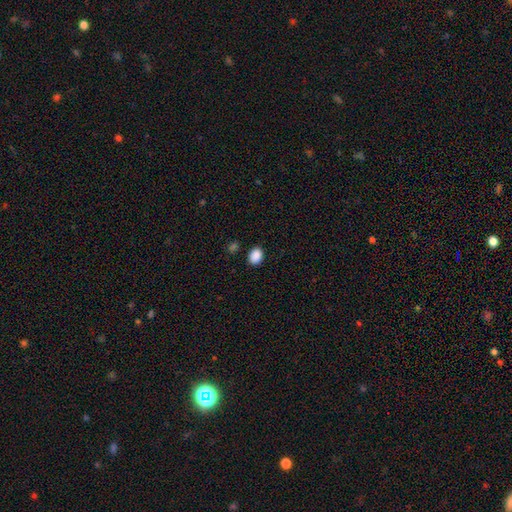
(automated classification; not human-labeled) This appears to be a smooth galaxy with no disk features (89%) that is in between round and cigar-shaped (66%). Merging: none (86%).